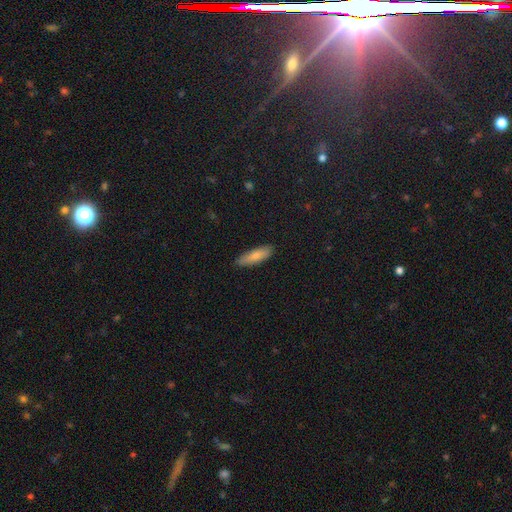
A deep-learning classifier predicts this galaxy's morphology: A smooth galaxy with no disk features (80%) that is cigar-shaped (52%). Merging: none (87%).